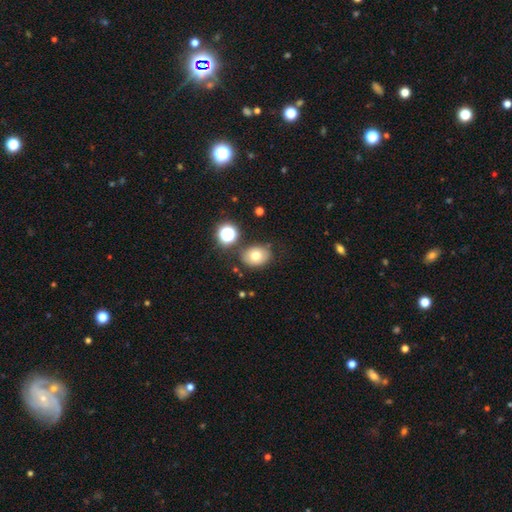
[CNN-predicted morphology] Smooth or featured?
  - smooth: 74% *
  - featured or disk: 14%
  - star or artifact: 13%
How rounded?
  - in between: 61% *
  - round: 38%
  - cigar-shaped: 1%
Merging?
  - none: 77% *
  - minor disturbance: 13%
  - merger: 6%
  - major disturbance: 4%